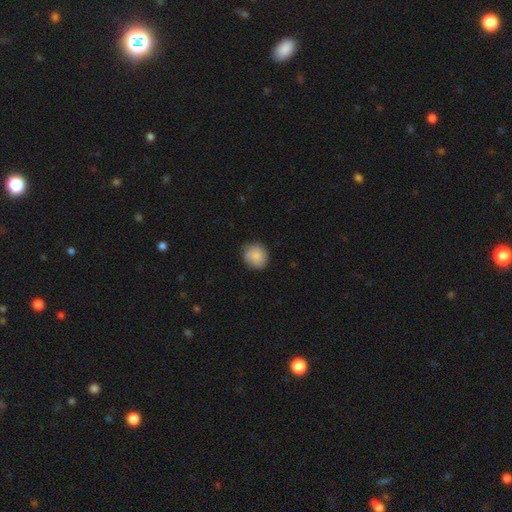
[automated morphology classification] smooth 85%, featured or disk 9%, star or artifact 7%. Down the decision tree: how rounded — round (85%); merging — none (78%).